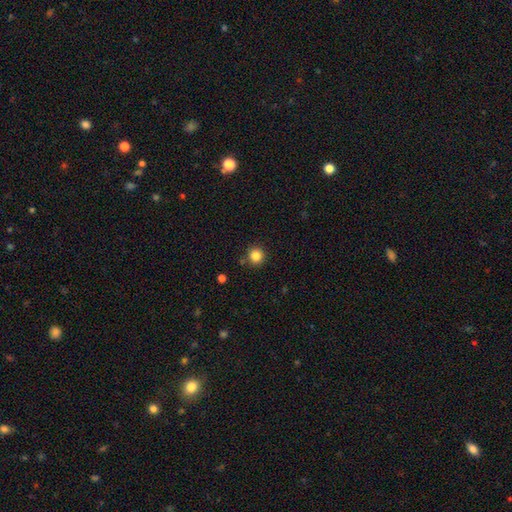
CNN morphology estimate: The model was most divided on "smooth or featured": smooth: 84%, star or artifact: 12%, featured or disk: 4%. More confident: how rounded — round (94%); merging — none (87%).